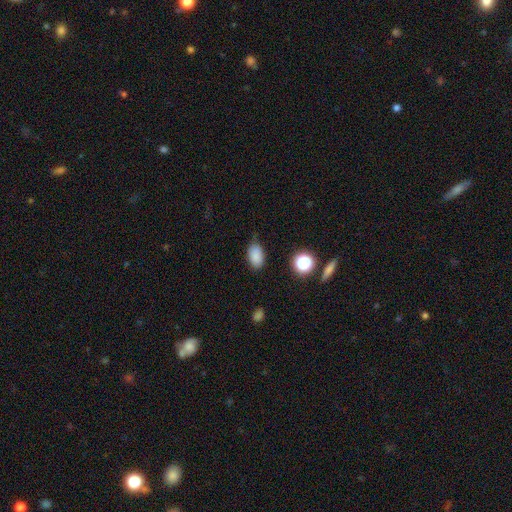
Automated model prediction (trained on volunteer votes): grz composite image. It shows a smooth galaxy with no disk features (84%) that is in between round and cigar-shaped (89%). Merging: none (77%).